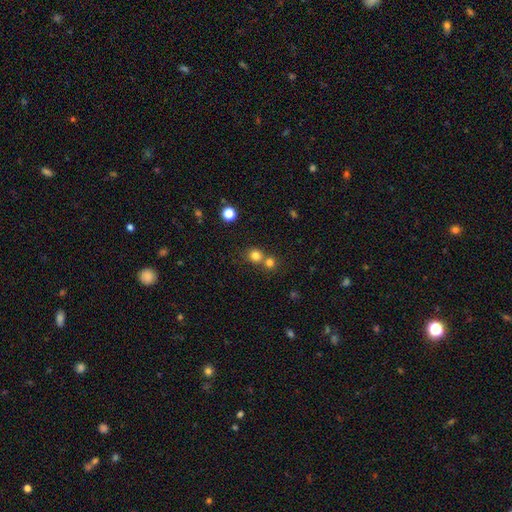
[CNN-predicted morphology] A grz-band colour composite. It shows a smooth galaxy with no disk features (79%) that is round (88%). Merging: none (56%).